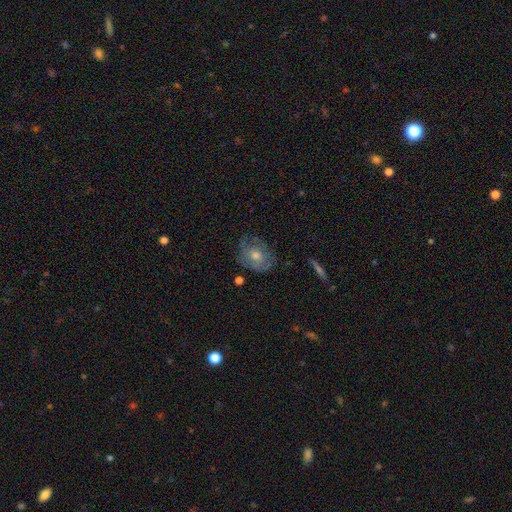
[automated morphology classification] Smooth or featured? Predicted: featured or disk (p=0.54). Edge-on disk? Predicted: no (p=0.94). Bar? Predicted: no (p=0.80). Spiral arms? Predicted: yes (p=0.62). Bulge size? Predicted: moderate (p=0.66). Merging? Predicted: none (p=0.68).